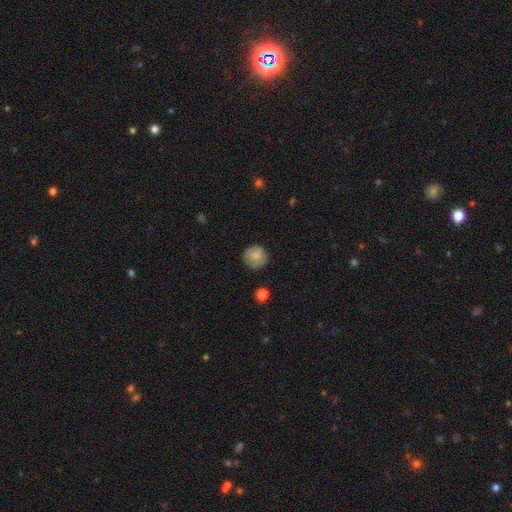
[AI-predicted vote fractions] smooth 75%, featured or disk 16%, star or artifact 8%. Down the decision tree: how rounded — round (89%); merging — none (77%).